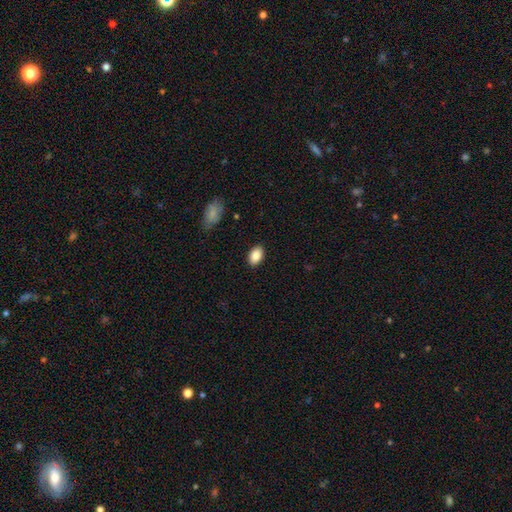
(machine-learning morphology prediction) This appears to be a smooth galaxy with no disk features (88%) that is in between round and cigar-shaped (89%). Merging: none (88%).